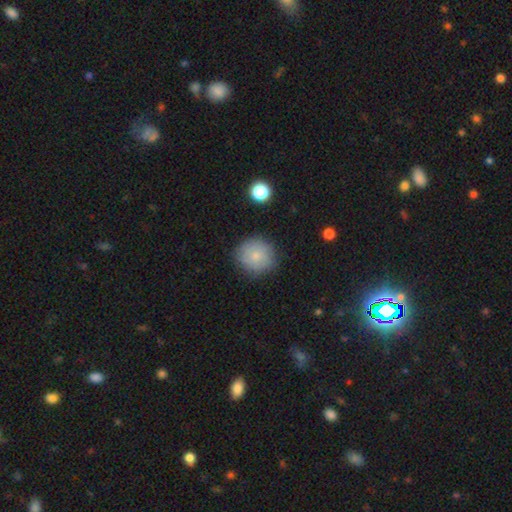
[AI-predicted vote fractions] Smooth or featured?
  - smooth: 78% *
  - featured or disk: 14%
  - star or artifact: 8%
How rounded?
  - round: 89% *
  - in between: 10%
  - cigar-shaped: 1%
Merging?
  - none: 82% *
  - minor disturbance: 13%
  - major disturbance: 3%
  - merger: 1%